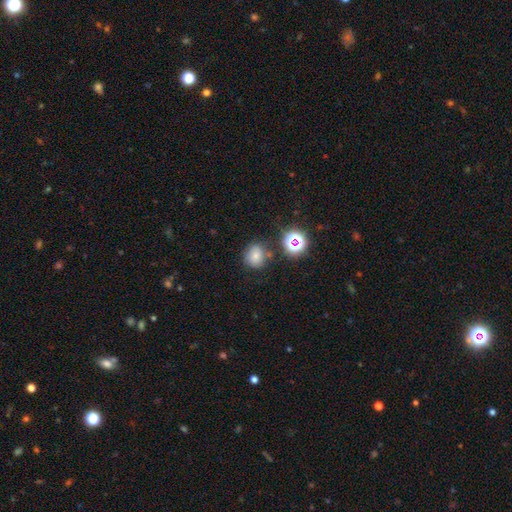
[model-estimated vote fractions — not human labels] Q: Smooth or featured?
A: smooth (72%); runner-up: star or artifact (18%)
Q: How rounded?
A: round (75%); runner-up: in between (24%)
Q: Merging?
A: none (72%); runner-up: minor disturbance (15%)